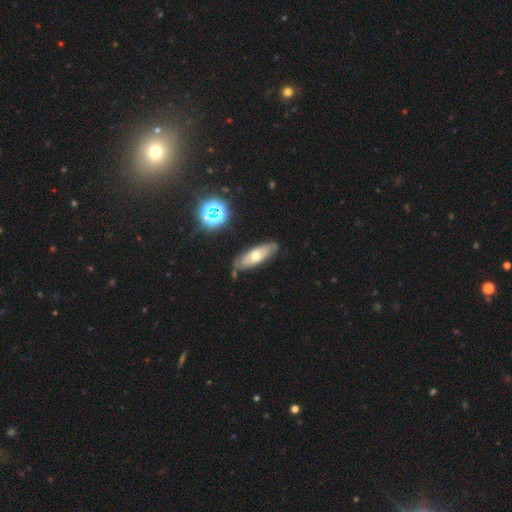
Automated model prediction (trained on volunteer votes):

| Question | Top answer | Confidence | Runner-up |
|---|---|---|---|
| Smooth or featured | smooth | 46% | featured or disk (45%) |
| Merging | none | 77% | minor disturbance (16%) |